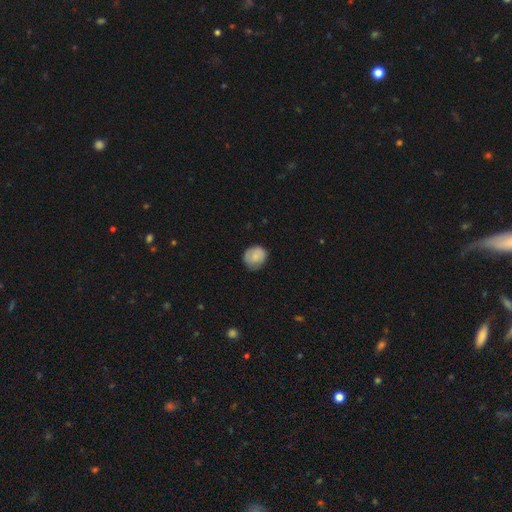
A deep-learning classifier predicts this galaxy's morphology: Smooth or featured: smooth — 82% (featured or disk — 11%)
How rounded: round — 76% (in between — 23%)
Merging: none — 74% (minor disturbance — 21%)